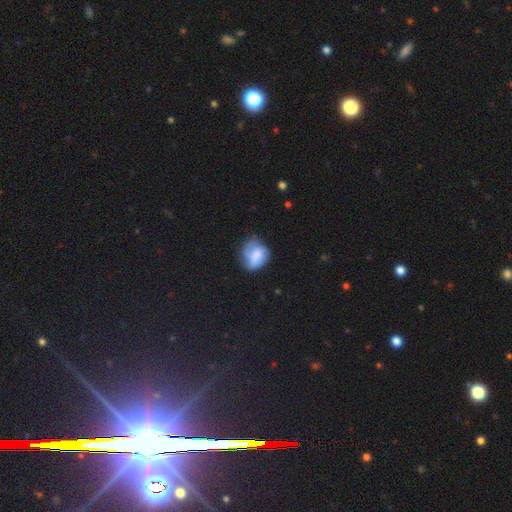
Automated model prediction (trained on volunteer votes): Smooth or featured: smooth — 65% (featured or disk — 26%)
How rounded: round — 63% (in between — 36%)
Merging: none — 47% (minor disturbance — 33%)